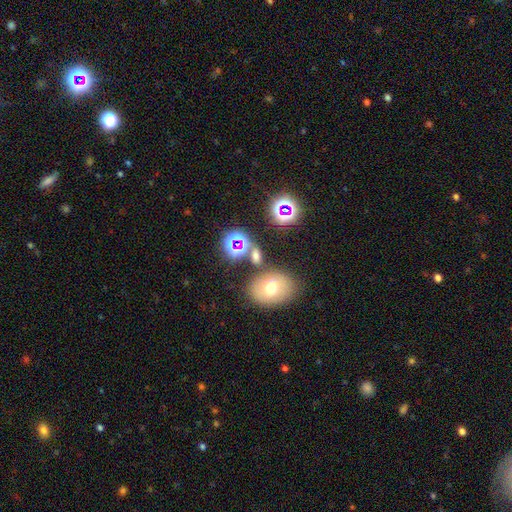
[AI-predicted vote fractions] Smooth or featured? Predicted: smooth (p=0.53). How rounded? Predicted: in between (p=0.59). Merging? Predicted: none (p=0.66).